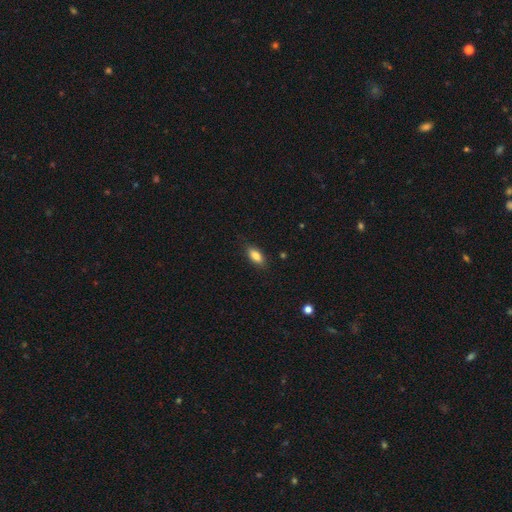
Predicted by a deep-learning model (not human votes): This is clearly a smooth galaxy (84%). How rounded: clearly in between (87%). Merging: clearly none (86%).